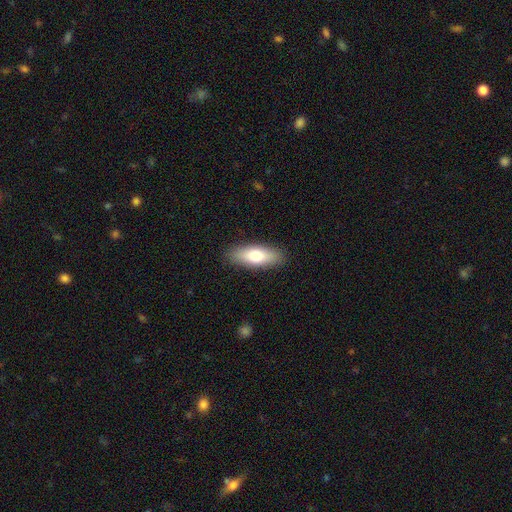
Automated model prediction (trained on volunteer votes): Smooth or featured?
  - smooth: 73% *
  - featured or disk: 21%
  - star or artifact: 6%
How rounded?
  - in between: 67% *
  - cigar-shaped: 31%
  - round: 2%
Merging?
  - none: 89% *
  - minor disturbance: 8%
  - major disturbance: 2%
  - merger: 1%